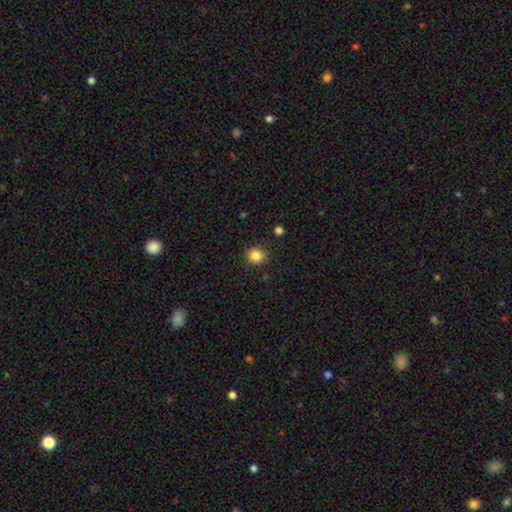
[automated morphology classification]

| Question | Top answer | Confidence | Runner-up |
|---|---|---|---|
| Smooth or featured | smooth | 85% | star or artifact (11%) |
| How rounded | round | 79% | in between (20%) |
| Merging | none | 88% | minor disturbance (8%) |